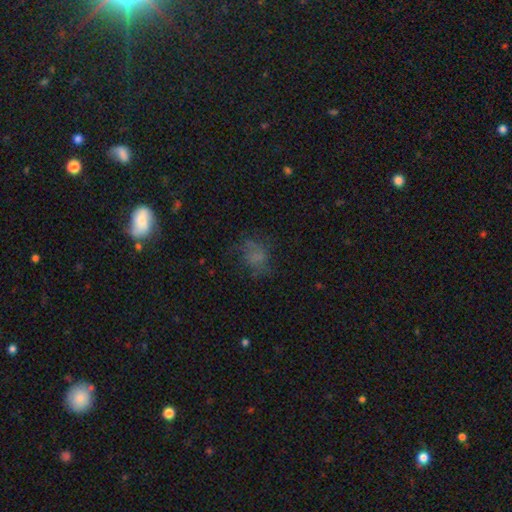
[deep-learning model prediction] smooth-or-featured: smooth: 50% | featured or disk: 27% | star or artifact: 23%
  how-rounded: in between: 51% | round: 47% | cigar-shaped: 2%
  merging: none: 53% | major disturbance: 24% | minor disturbance: 21% | merger: 2%